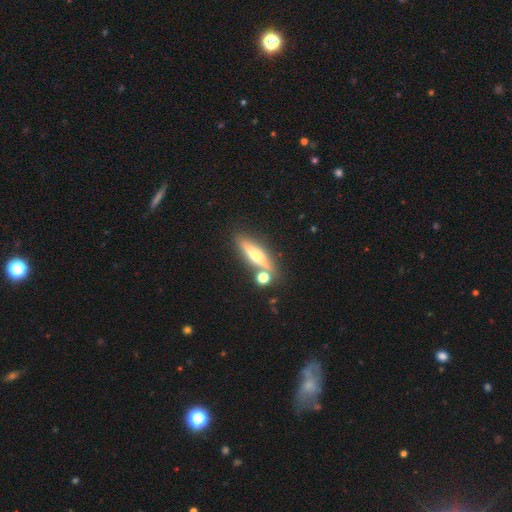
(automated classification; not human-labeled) The model was most divided on "smooth or featured": featured or disk: 57%, smooth: 34%, star or artifact: 9%. More confident: edge-on disk — yes (92%); edge-on bulge — rounded (79%); merging — none (75%).